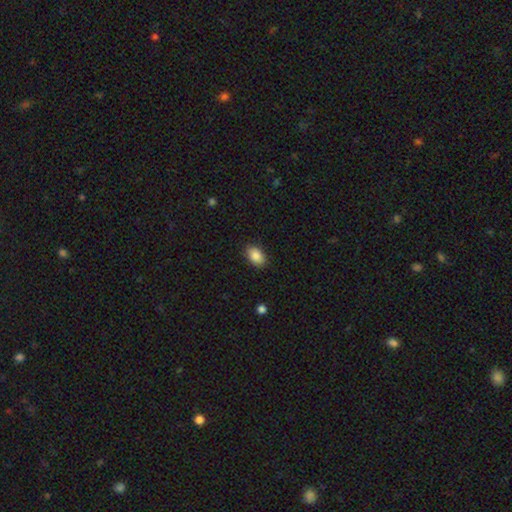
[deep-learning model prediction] smooth 86%, star or artifact 8%, featured or disk 6%. Down the decision tree: how rounded — in between (89%); merging — none (88%).